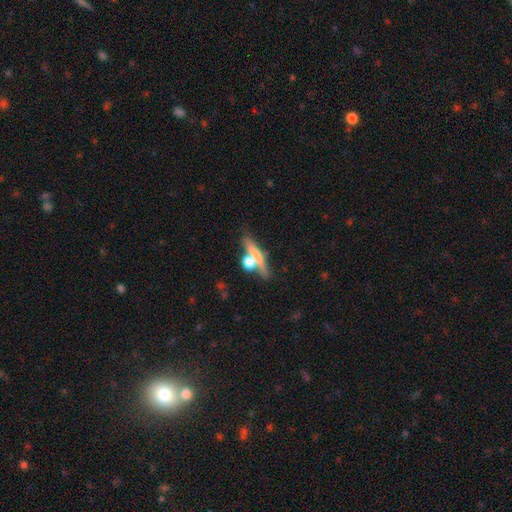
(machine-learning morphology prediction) Smooth or featured: smooth — 52% (featured or disk — 39%)
How rounded: cigar-shaped — 69% (in between — 19%)
Merging: none — 50% (merger — 32%)